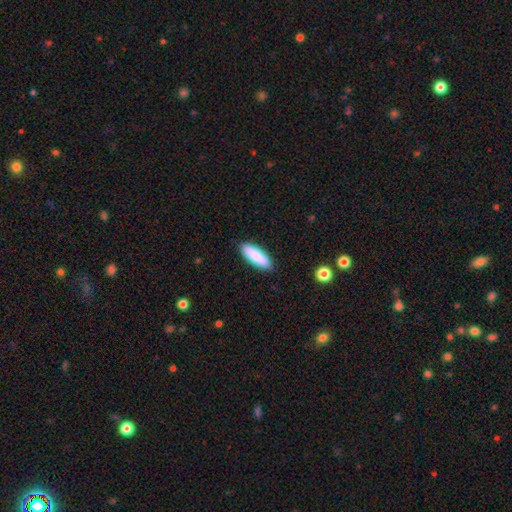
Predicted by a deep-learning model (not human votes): A smooth galaxy with no disk features (88%) that is in between round and cigar-shaped (60%).

Vote fractions:
- Smooth or featured? smooth: 88% / featured or disk: 7% / star or artifact: 6%
- How rounded? in between: 60% / cigar-shaped: 38% / round: 2%
- Merging? none: 89% / minor disturbance: 8% / major disturbance: 2% / merger: 1%